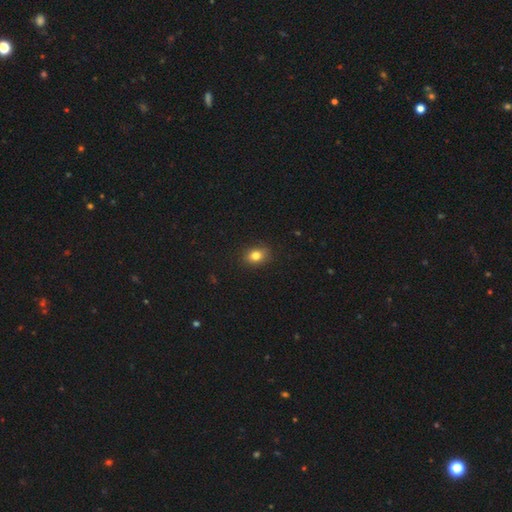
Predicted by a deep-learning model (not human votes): smooth-or-featured: smooth: 81% | star or artifact: 12% | featured or disk: 7%
  how-rounded: in between: 53% | round: 45% | cigar-shaped: 1%
  merging: none: 86% | minor disturbance: 11% | major disturbance: 2% | merger: 1%